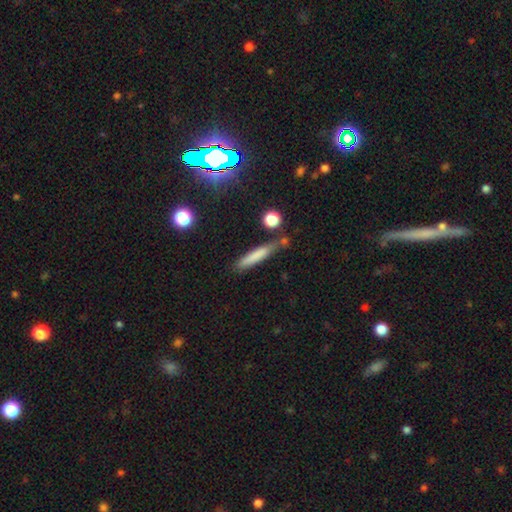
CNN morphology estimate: Q: Smooth or featured?
A: smooth (74%); runner-up: featured or disk (18%)
Q: How rounded?
A: cigar-shaped (90%); runner-up: in between (8%)
Q: Merging?
A: none (69%); runner-up: minor disturbance (18%)